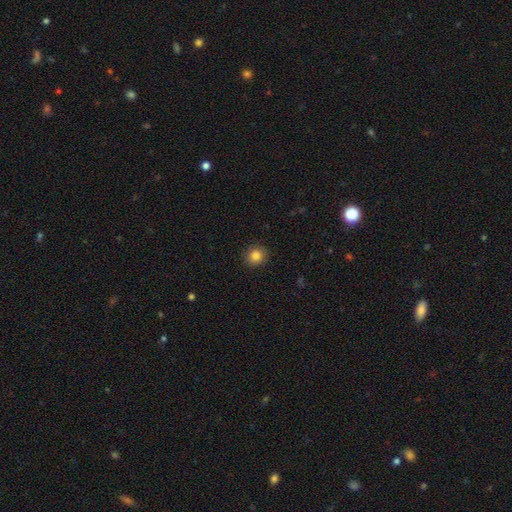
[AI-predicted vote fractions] Smooth or featured? smooth (85%)
How rounded? round (86%)
Merging? none (91%)